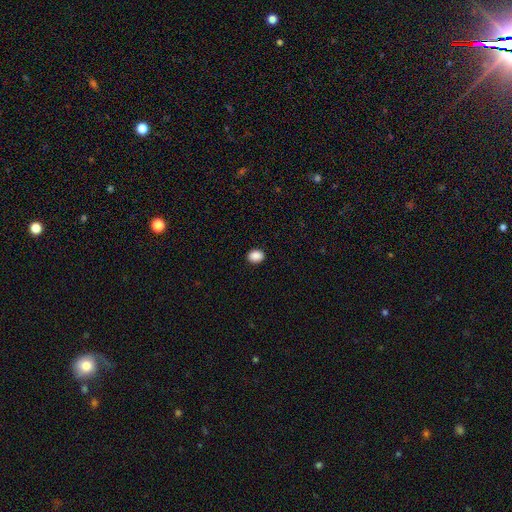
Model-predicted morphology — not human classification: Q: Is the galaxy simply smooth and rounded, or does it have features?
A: smooth — 89%.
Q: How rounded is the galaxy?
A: in between — 54%.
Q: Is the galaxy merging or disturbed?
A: none — 91%.